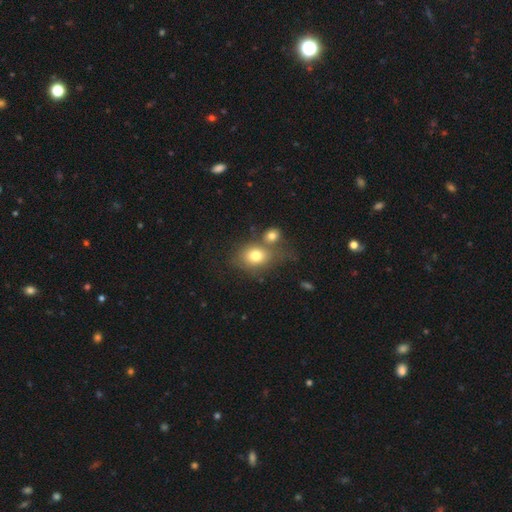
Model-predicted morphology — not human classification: Q: Smooth or featured?
A: smooth (75%); runner-up: featured or disk (14%)
Q: How rounded?
A: in between (51%); runner-up: round (48%)
Q: Merging?
A: none (43%); runner-up: merger (37%)